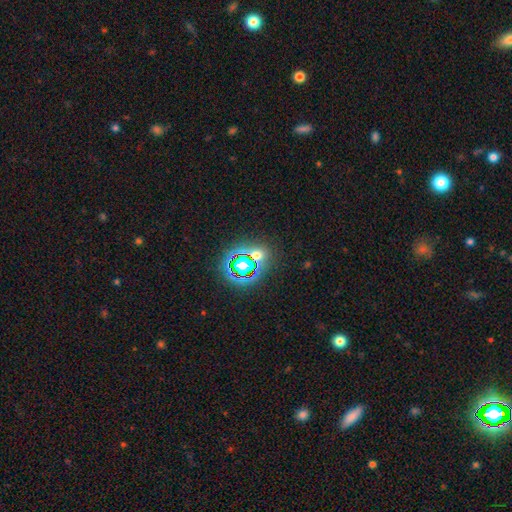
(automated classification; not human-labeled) Smooth or featured? Predicted: star or artifact (p=0.54).